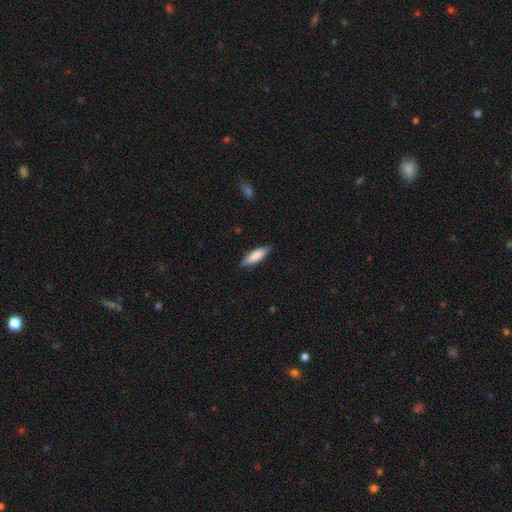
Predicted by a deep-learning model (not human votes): The model was most divided on "how rounded": cigar-shaped: 56%, in between: 43%, round: 1%. More confident: merging — none (85%); smooth or featured — smooth (82%).